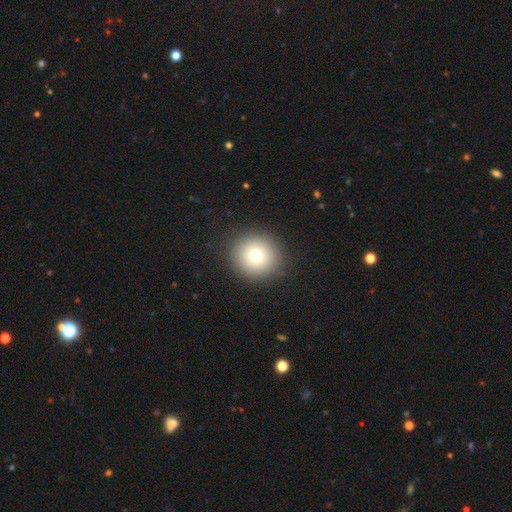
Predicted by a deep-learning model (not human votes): smooth-or-featured: smooth: 76% | star or artifact: 12% | featured or disk: 12%
  how-rounded: round: 91% | in between: 8% | cigar-shaped: 1%
  merging: none: 91% | minor disturbance: 6% | major disturbance: 2% | merger: 1%